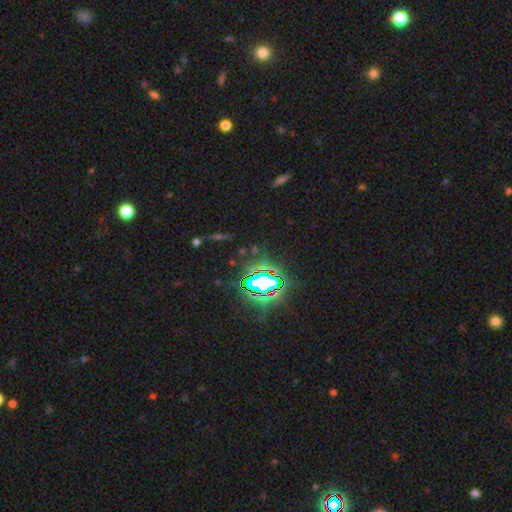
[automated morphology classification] Overall: star or artifact (83%).